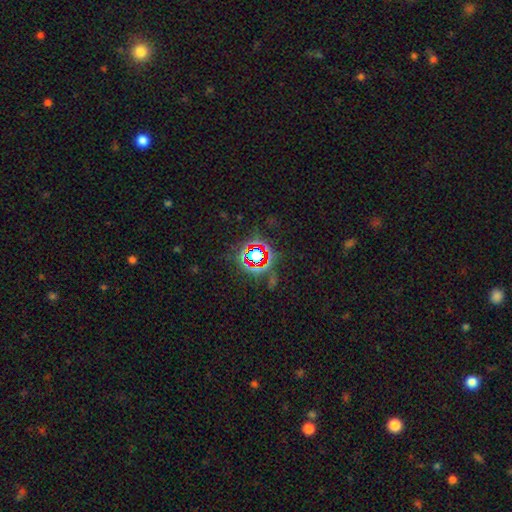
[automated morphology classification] Smooth or featured: star or artifact — 74% (smooth — 15%)